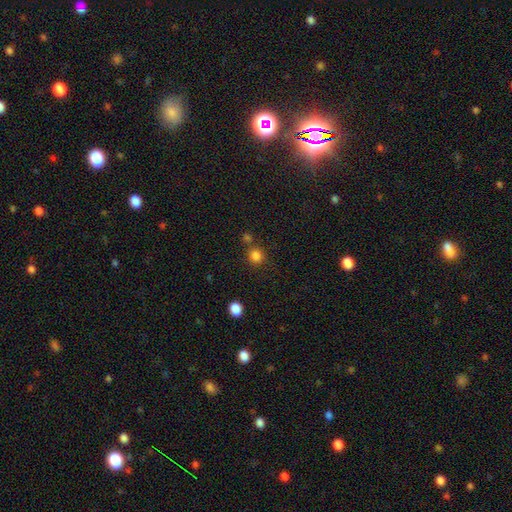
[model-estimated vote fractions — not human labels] A smooth galaxy with no disk features (82%) that is round (89%).

Vote fractions:
- Smooth or featured? smooth: 82% / star or artifact: 14% / featured or disk: 4%
- How rounded? round: 89% / in between: 10% / cigar-shaped: 1%
- Merging? none: 72% / merger: 15% / minor disturbance: 9% / major disturbance: 4%